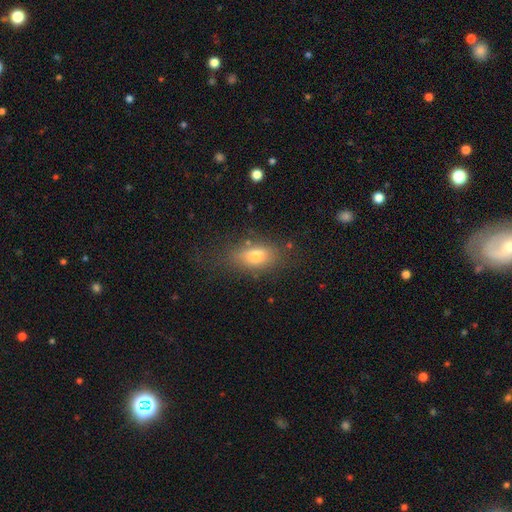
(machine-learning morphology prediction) Smooth or featured? smooth (72%)
How rounded? in between (82%)
Merging? none (68%)